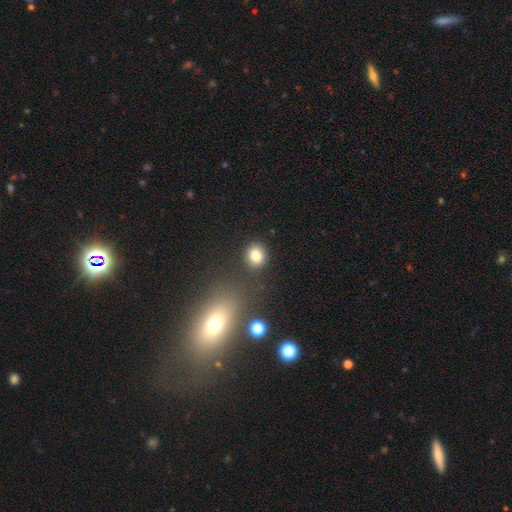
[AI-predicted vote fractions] The model was most divided on "how rounded": round: 67%, in between: 32%, cigar-shaped: 1%. More confident: merging — none (83%); smooth or featured — smooth (83%).